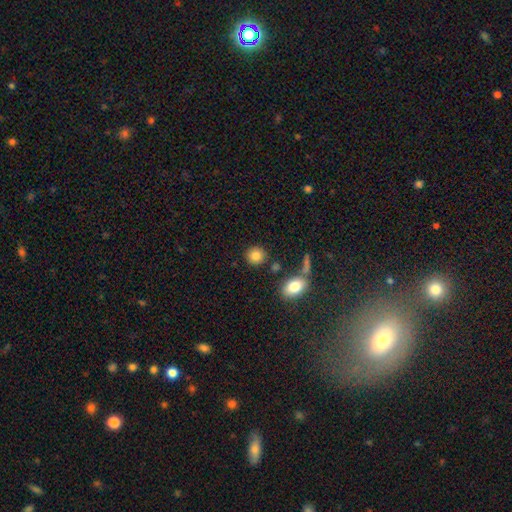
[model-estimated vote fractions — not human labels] This appears to be a smooth galaxy with no disk features (84%) that is round (85%). Merging: none (83%).